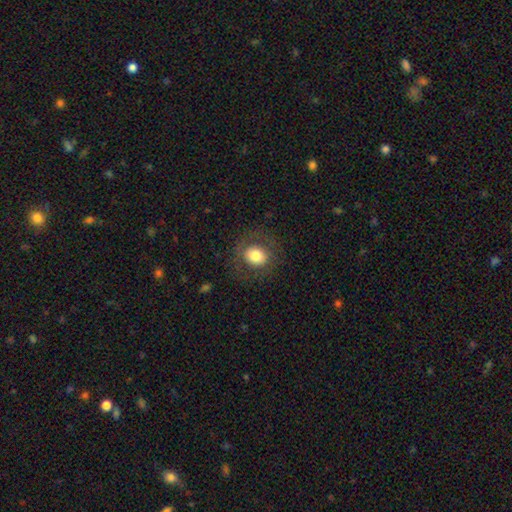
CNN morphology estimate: This is likely a smooth galaxy (75%). How rounded: likely round (74%). Merging: likely none (80%).